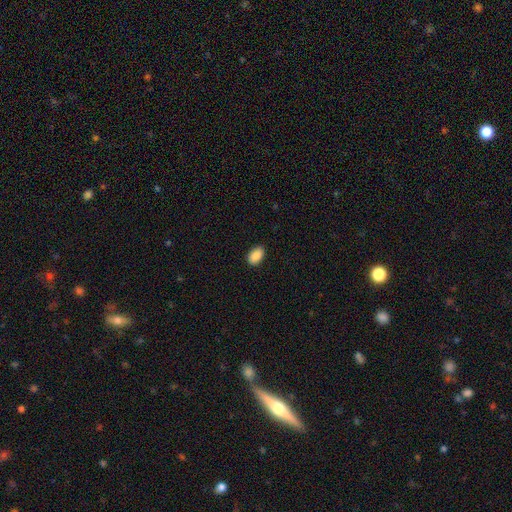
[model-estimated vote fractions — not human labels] Smooth or featured?
  - smooth: 89% *
  - star or artifact: 7%
  - featured or disk: 4%
How rounded?
  - in between: 91% *
  - round: 7%
  - cigar-shaped: 1%
Merging?
  - none: 89% *
  - minor disturbance: 8%
  - major disturbance: 2%
  - merger: 1%